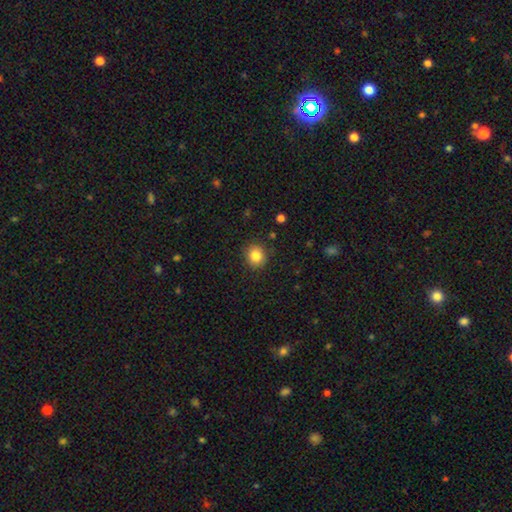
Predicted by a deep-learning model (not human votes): Overall: smooth (84%). How rounded: round (82%). Merging: none (88%).